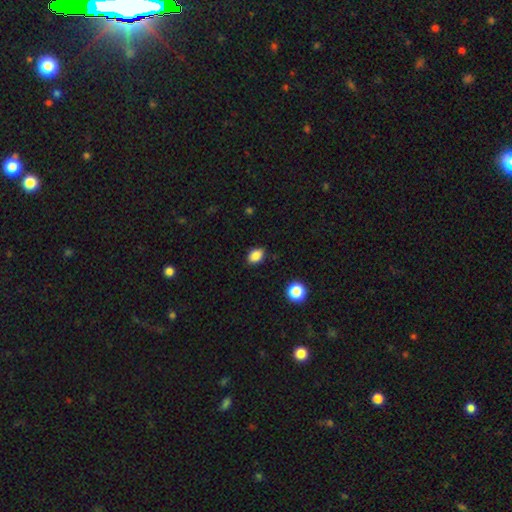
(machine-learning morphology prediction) smooth_or_featured: smooth (p=0.86) [alt: star or artifact p=0.10]
how_rounded: in between (p=0.71) [alt: round p=0.28]
merging: none (p=0.86) [alt: minor disturbance p=0.11]